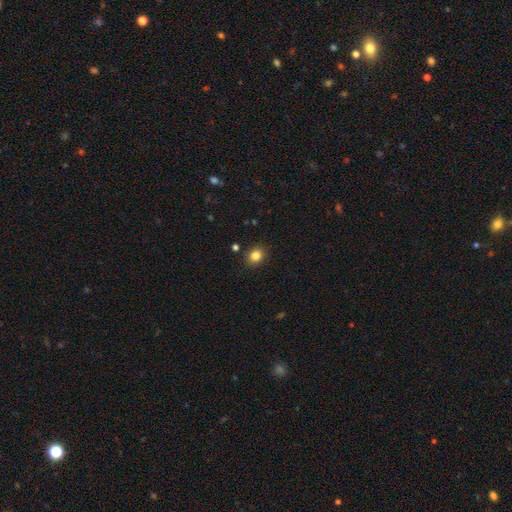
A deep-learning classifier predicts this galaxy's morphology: The model was most divided on "how rounded": round: 74%, in between: 25%, cigar-shaped: 1%. More confident: merging — none (89%); smooth or featured — smooth (83%).